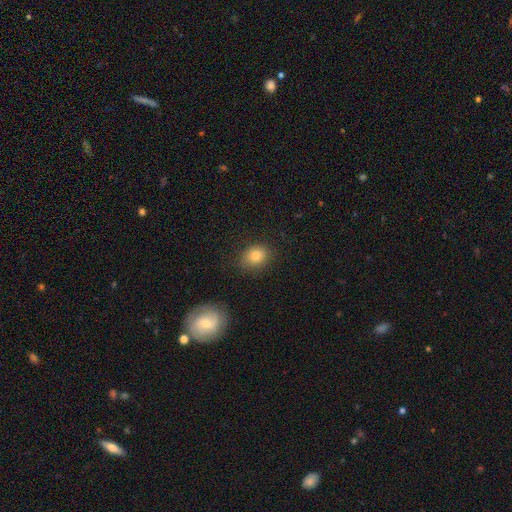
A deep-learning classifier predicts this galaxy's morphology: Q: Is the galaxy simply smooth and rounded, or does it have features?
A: smooth — 81%.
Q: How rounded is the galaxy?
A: round — 57%.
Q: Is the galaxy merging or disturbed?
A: none — 83%.